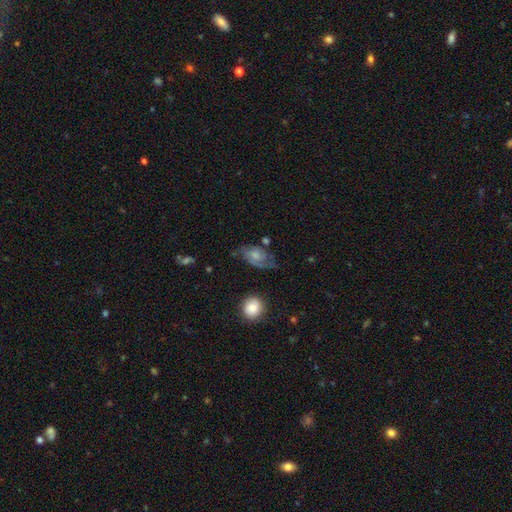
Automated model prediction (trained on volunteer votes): This is possibly a featured or disk galaxy (50%). Merging: possibly none (46%).